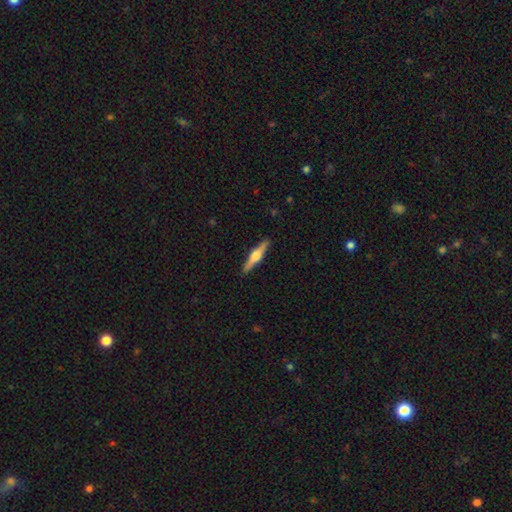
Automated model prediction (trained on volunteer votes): Smooth or featured?
  - featured or disk: 70% *
  - smooth: 25%
  - star or artifact: 5%
Edge-on disk?
  - yes: 98% *
  - no: 2%
Edge-on bulge?
  - rounded: 92% *
  - boxy: 6%
  - none: 2%
Merging?
  - none: 91% *
  - minor disturbance: 6%
  - major disturbance: 1%
  - merger: 1%